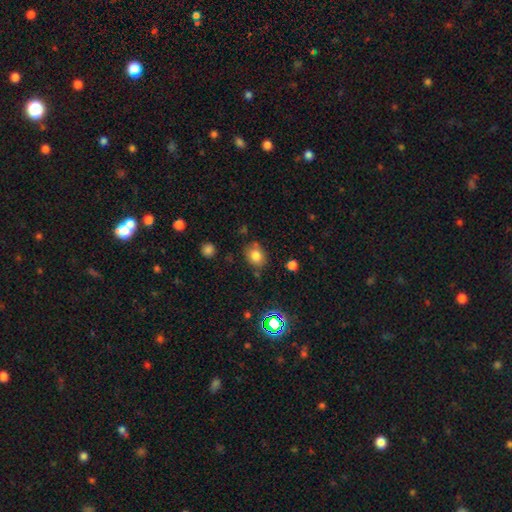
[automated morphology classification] Smooth or featured? smooth (79%)
How rounded? in between (50%)
Merging? none (73%)